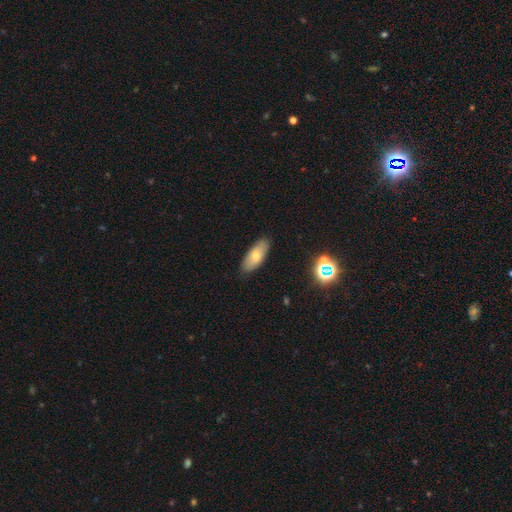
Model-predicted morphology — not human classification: smooth_or_featured: smooth (p=0.69) [alt: featured or disk p=0.23]
how_rounded: in between (p=0.83) [alt: cigar-shaped p=0.15]
merging: none (p=0.86) [alt: minor disturbance p=0.11]